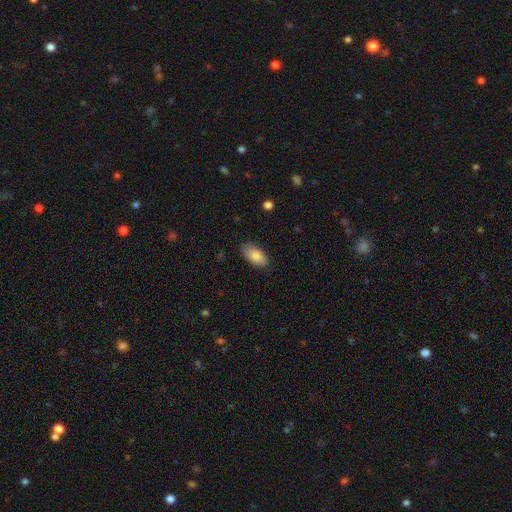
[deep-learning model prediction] smooth 84%, featured or disk 9%, star or artifact 7%. Down the decision tree: how rounded — in between (93%); merging — none (83%).